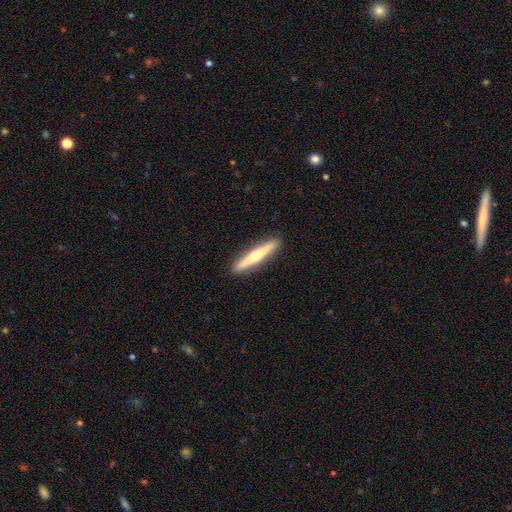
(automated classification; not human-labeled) featured or disk 57%, smooth 38%, star or artifact 5%. Down the decision tree: edge-on disk — yes (97%); edge-on bulge — rounded (88%); merging — none (92%).